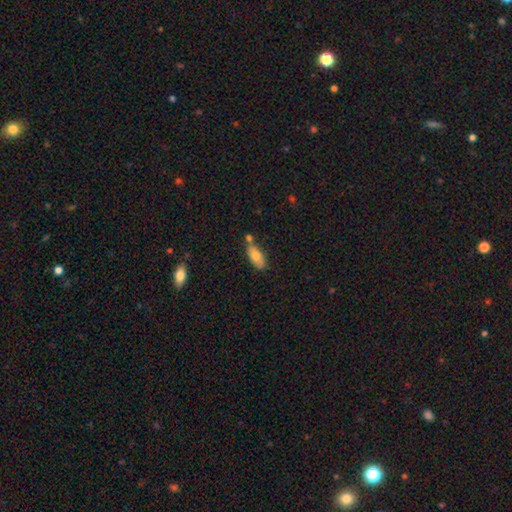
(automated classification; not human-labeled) This is likely a smooth galaxy (75%). How rounded: clearly in between (84%). Merging: possibly none (57%).